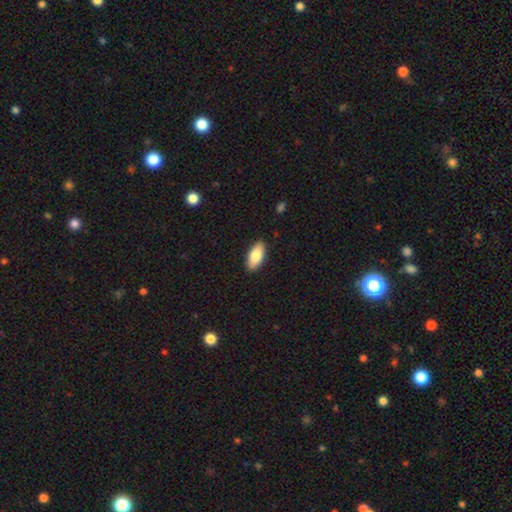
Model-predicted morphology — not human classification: The model was most divided on "smooth or featured": smooth: 80%, featured or disk: 14%, star or artifact: 6%. More confident: merging — none (89%); how rounded — in between (89%).